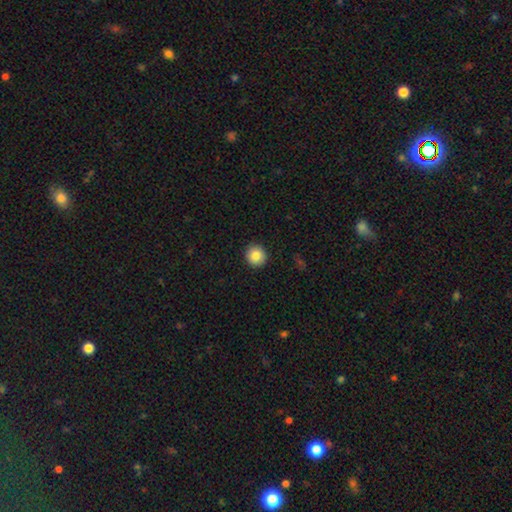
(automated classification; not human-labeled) This appears to be a smooth galaxy with no disk features (84%) that is round (94%). Merging: none (93%).